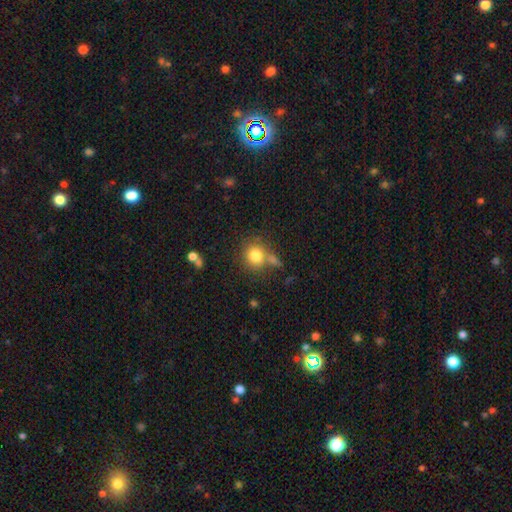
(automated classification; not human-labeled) Smooth or featured? smooth (81%)
How rounded? round (83%)
Merging? none (60%)